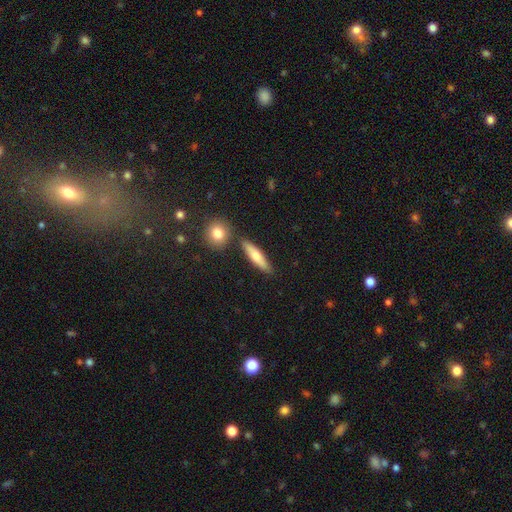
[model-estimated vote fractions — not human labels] Smooth or featured: smooth — 59% (featured or disk — 35%)
How rounded: cigar-shaped — 72% (in between — 24%)
Merging: none — 83% (minor disturbance — 9%)